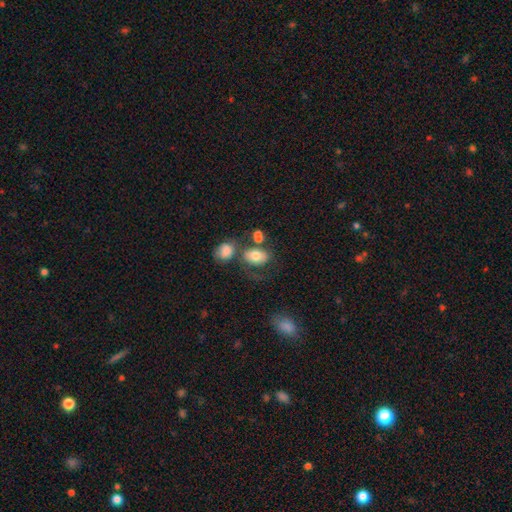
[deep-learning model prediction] Smooth or featured? Predicted: smooth (p=0.74). How rounded? Predicted: in between (p=0.80). Merging? Predicted: none (p=0.47).